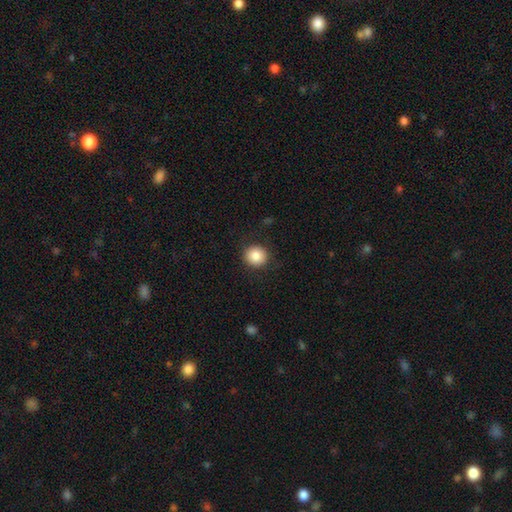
A smooth galaxy with no disk features (85%) that is round (91%).

Vote fractions:
- Smooth or featured? smooth: 85% / star or artifact: 13% / featured or disk: 3%
- How rounded? round: 91% / in between: 9% / cigar-shaped: 0%
- Merging? none: 94% / minor disturbance: 6% / major disturbance: 0% / merger: 0%